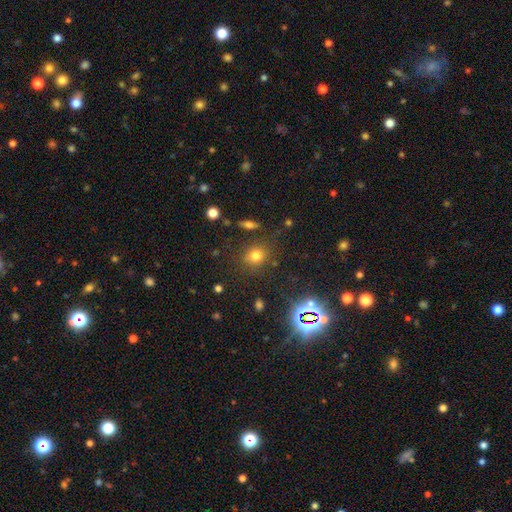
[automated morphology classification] Smooth or featured: smooth — 73% (star or artifact — 18%)
How rounded: round — 68% (in between — 30%)
Merging: none — 78% (minor disturbance — 12%)